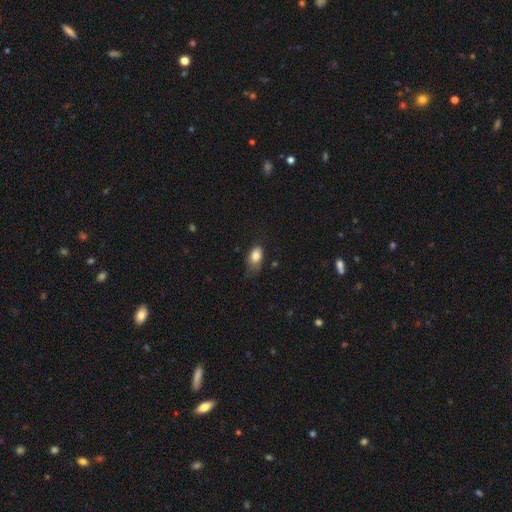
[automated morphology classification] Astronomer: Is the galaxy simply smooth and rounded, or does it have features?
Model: smooth — 81%.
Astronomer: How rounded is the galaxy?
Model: in between — 87%.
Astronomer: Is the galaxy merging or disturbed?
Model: none — 41% (runner-up: minor disturbance, 39%).